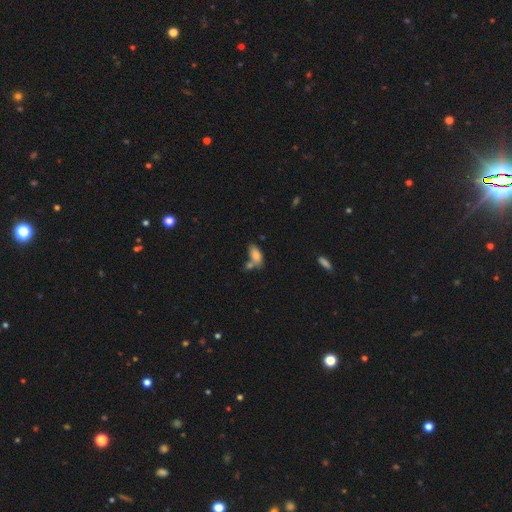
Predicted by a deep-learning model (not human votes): A smooth galaxy with no disk features (80%) that is in between round and cigar-shaped (89%).

Vote fractions:
- Smooth or featured? smooth: 80% / featured or disk: 11% / star or artifact: 9%
- How rounded? in between: 89% / cigar-shaped: 7% / round: 4%
- Merging? none: 47% / merger: 33% / minor disturbance: 15% / major disturbance: 5%